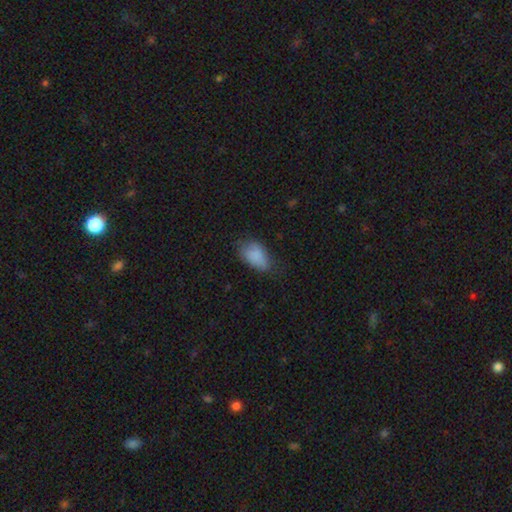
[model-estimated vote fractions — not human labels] Smooth or featured? smooth (83%)
How rounded? in between (92%)
Merging? none (56%)